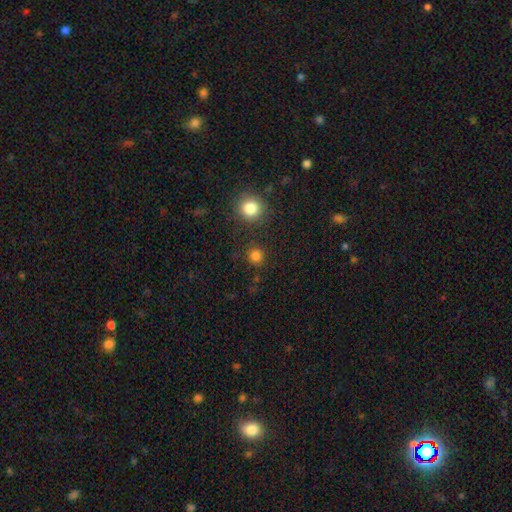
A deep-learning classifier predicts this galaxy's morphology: Overall: smooth (82%). How rounded: round (93%). Merging: none (87%).